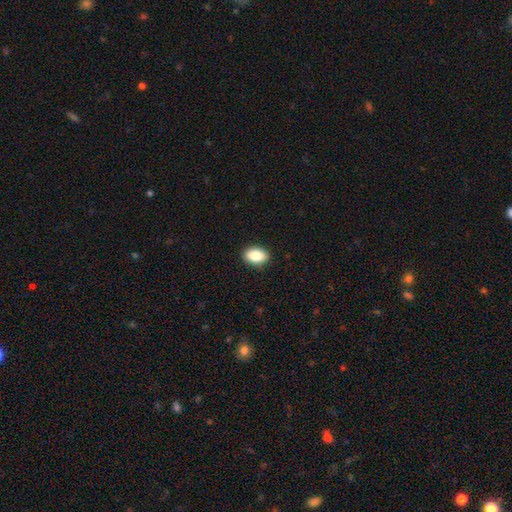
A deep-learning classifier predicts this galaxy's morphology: A smooth galaxy with no disk features (85%) that is in between round and cigar-shaped (85%).

Vote fractions:
- Smooth or featured? smooth: 85% / star or artifact: 8% / featured or disk: 7%
- How rounded? in between: 85% / round: 13% / cigar-shaped: 2%
- Merging? none: 90% / minor disturbance: 8% / major disturbance: 2% / merger: 1%